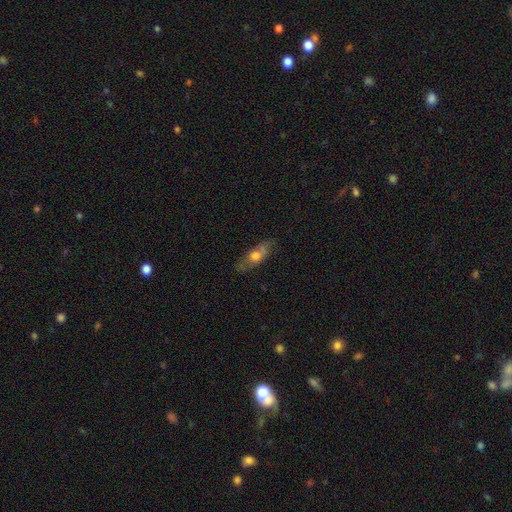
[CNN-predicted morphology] Overall: smooth (49%; featured or disk 43%). Merging: none (69%).